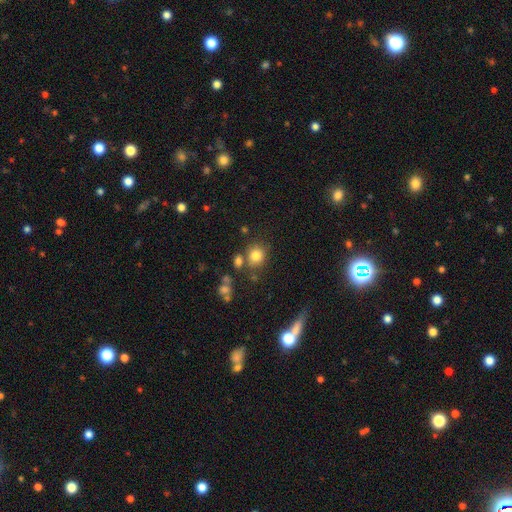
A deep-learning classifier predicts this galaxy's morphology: smooth-or-featured: smooth: 80% | star or artifact: 12% | featured or disk: 8%
  how-rounded: round: 79% | in between: 20% | cigar-shaped: 1%
  merging: none: 70% | merger: 13% | minor disturbance: 12% | major disturbance: 4%